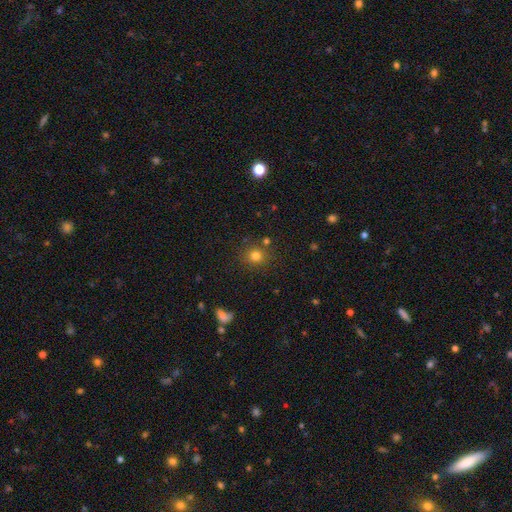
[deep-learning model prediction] Smooth or featured? smooth (79%)
How rounded? round (89%)
Merging? none (81%)